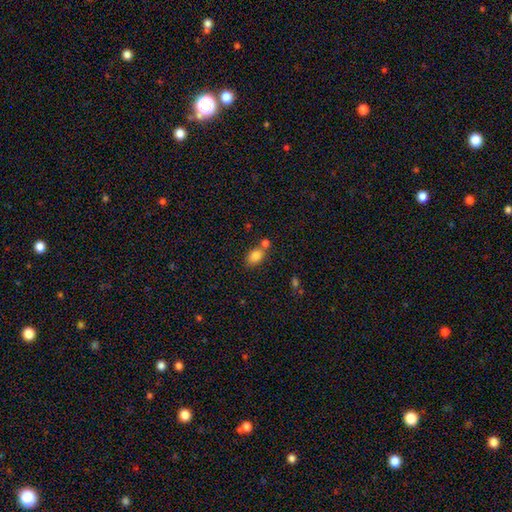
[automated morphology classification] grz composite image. It shows a smooth galaxy with no disk features (83%) that is in between round and cigar-shaped (82%). Merging: none (58%).